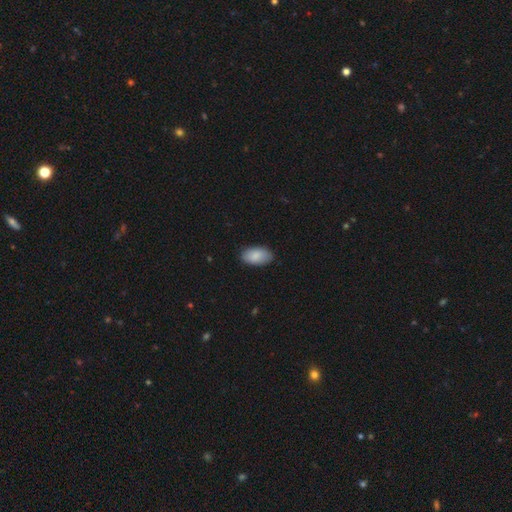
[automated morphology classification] Smooth or featured? Predicted: smooth (p=0.88). How rounded? Predicted: in between (p=0.95). Merging? Predicted: none (p=0.86).